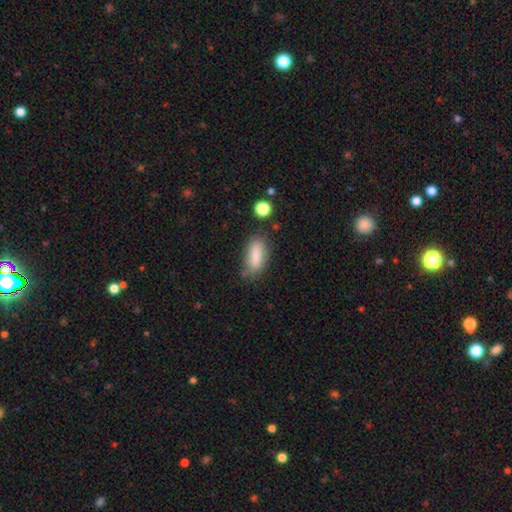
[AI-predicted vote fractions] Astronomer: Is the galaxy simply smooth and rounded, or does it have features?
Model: smooth — 84%.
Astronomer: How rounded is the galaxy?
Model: in between — 78%.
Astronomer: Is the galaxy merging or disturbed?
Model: none — 69%.